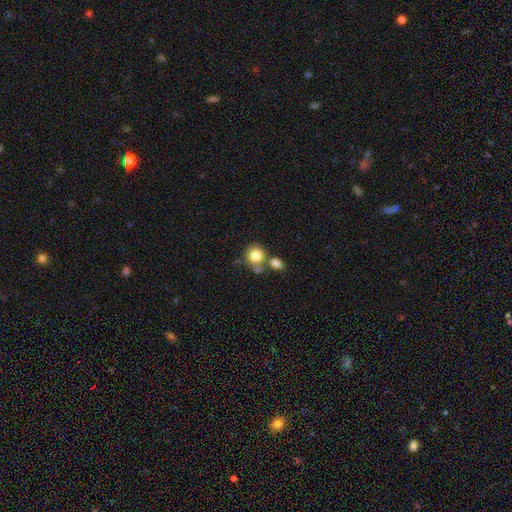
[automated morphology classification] Smooth or featured?
  - smooth: 81% *
  - star or artifact: 10%
  - featured or disk: 9%
How rounded?
  - round: 86% *
  - in between: 13%
  - cigar-shaped: 1%
Merging?
  - none: 54% *
  - merger: 31%
  - minor disturbance: 10%
  - major disturbance: 4%